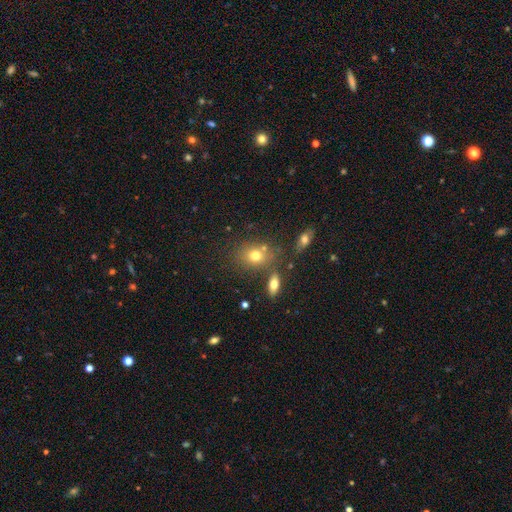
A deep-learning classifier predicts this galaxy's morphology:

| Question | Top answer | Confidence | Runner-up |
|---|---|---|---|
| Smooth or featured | smooth | 72% | featured or disk (14%) |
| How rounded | in between | 50% | round (49%) |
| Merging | none | 65% | merger (17%) |